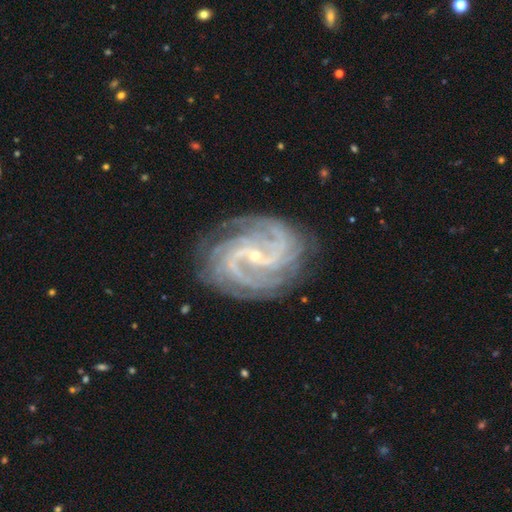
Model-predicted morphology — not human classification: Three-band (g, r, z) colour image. It shows a featured or disk galaxy (92%) with a weak bar (43%), 2 (32%) tight (51%) spiral arms (99%) and a small central bulge (86%). Merging: none (81%).